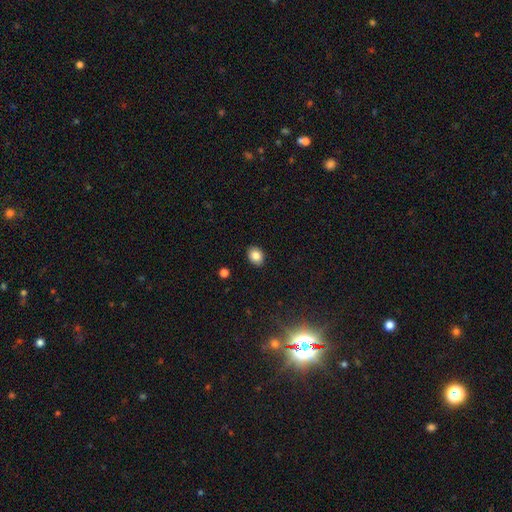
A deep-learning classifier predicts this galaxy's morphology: A smooth galaxy with no disk features (84%) that is in between round and cigar-shaped (56%). Merging: none (90%).